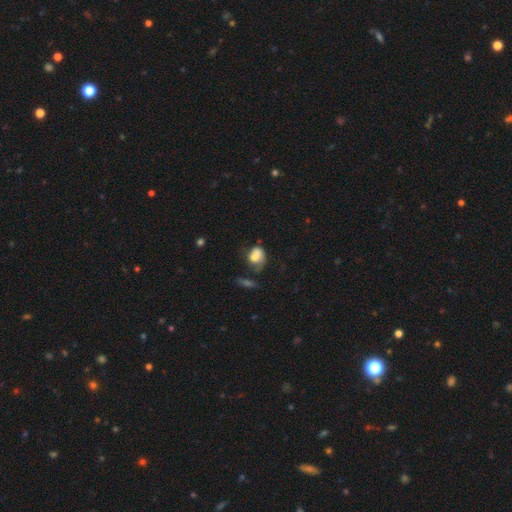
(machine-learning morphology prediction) Overall: smooth (69%). How rounded: in between (68%; round 30%). Merging: none (30%; minor disturbance 26%).